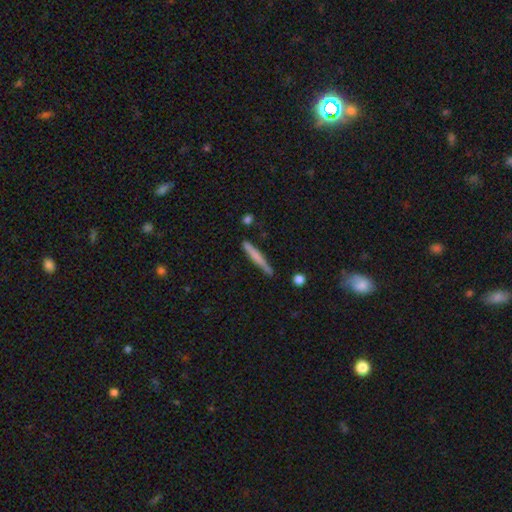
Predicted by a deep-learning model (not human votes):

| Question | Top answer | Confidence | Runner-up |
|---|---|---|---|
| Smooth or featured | smooth | 63% | featured or disk (31%) |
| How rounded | cigar-shaped | 95% | in between (3%) |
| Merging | none | 78% | minor disturbance (15%) |